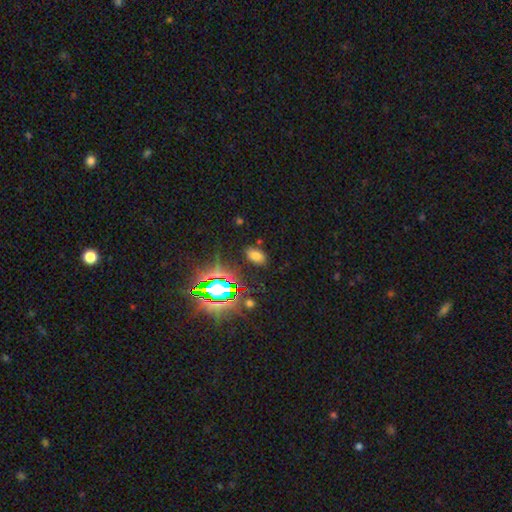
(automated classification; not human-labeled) A smooth galaxy with no disk features (66%) that is in between round and cigar-shaped (91%). Merging: none (84%).